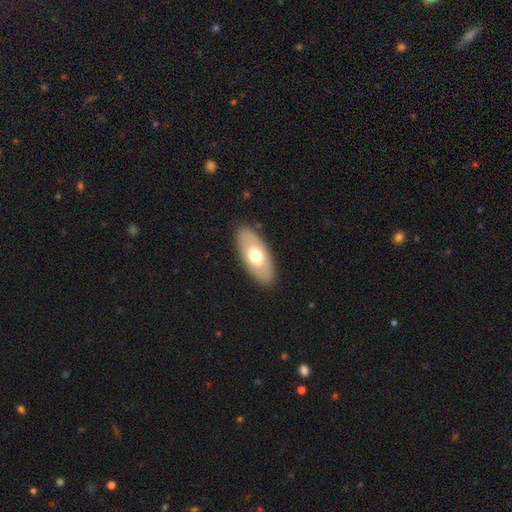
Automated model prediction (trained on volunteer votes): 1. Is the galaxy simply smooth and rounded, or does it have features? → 60% smooth, 34% featured or disk, 5% star or artifact.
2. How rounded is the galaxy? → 90% in between, 8% cigar-shaped, 3% round.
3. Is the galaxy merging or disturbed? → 87% none, 9% minor disturbance, 3% major disturbance, 1% merger.